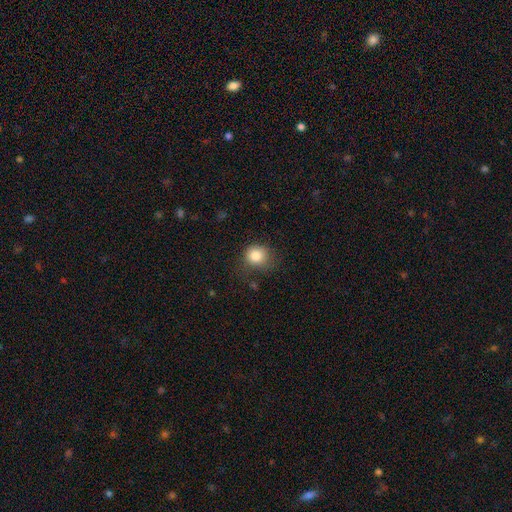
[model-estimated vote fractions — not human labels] A smooth galaxy with no disk features (85%) that is round (79%).

Vote fractions:
- Smooth or featured? smooth: 85% / star or artifact: 10% / featured or disk: 6%
- How rounded? round: 79% / in between: 20% / cigar-shaped: 1%
- Merging? none: 61% / minor disturbance: 27% / major disturbance: 10% / merger: 2%